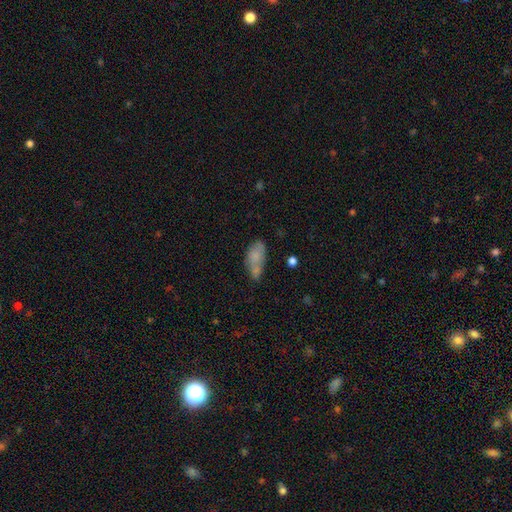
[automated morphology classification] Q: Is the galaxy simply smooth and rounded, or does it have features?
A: smooth — 73%.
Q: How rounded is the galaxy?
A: in between — 87%.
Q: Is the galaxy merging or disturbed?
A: none — 38%.